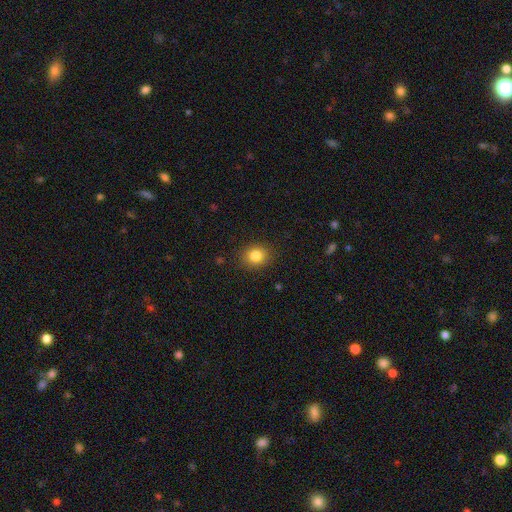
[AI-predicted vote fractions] Q: Smooth or featured?
A: smooth (83%); runner-up: star or artifact (11%)
Q: How rounded?
A: round (71%); runner-up: in between (29%)
Q: Merging?
A: none (88%); runner-up: minor disturbance (8%)